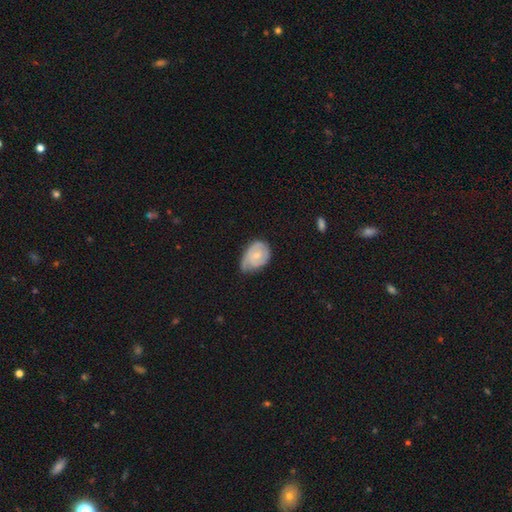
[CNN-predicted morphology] Q: Smooth or featured?
A: featured or disk (49%); runner-up: smooth (45%)
Q: Merging?
A: minor disturbance (48%); runner-up: none (35%)